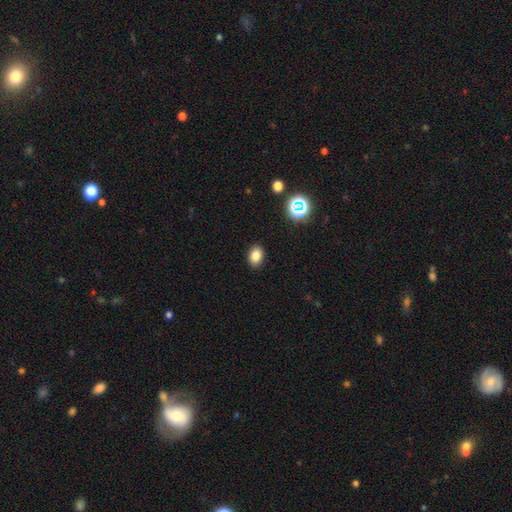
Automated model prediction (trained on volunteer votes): Smooth or featured: smooth — 83% (star or artifact — 12%)
How rounded: in between — 78% (round — 21%)
Merging: none — 90% (minor disturbance — 7%)